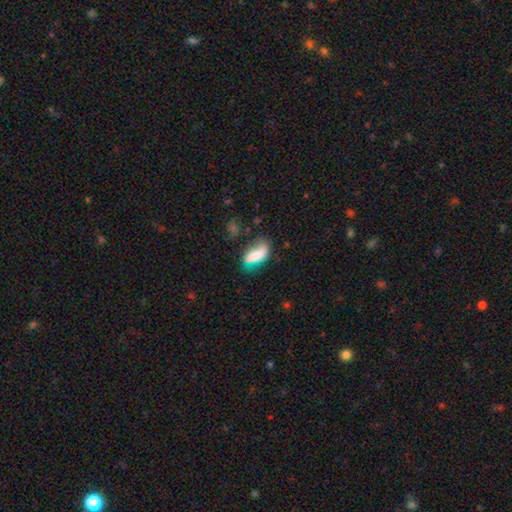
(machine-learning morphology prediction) Smooth or featured? Predicted: smooth (p=0.63). How rounded? Predicted: in between (p=0.87). Merging? Predicted: none (p=0.48).